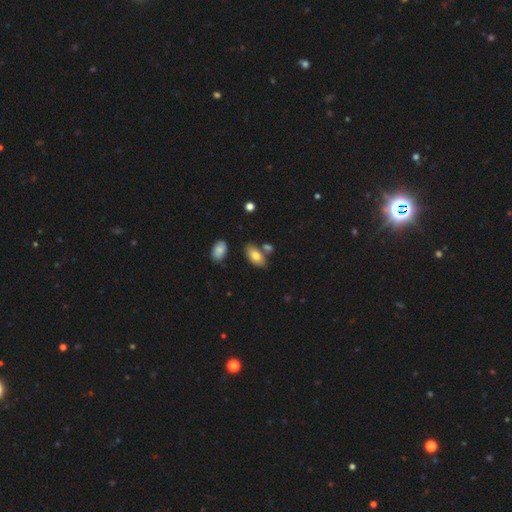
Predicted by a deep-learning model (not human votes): Smooth or featured? Predicted: smooth (p=0.77). How rounded? Predicted: in between (p=0.92). Merging? Predicted: none (p=0.68).